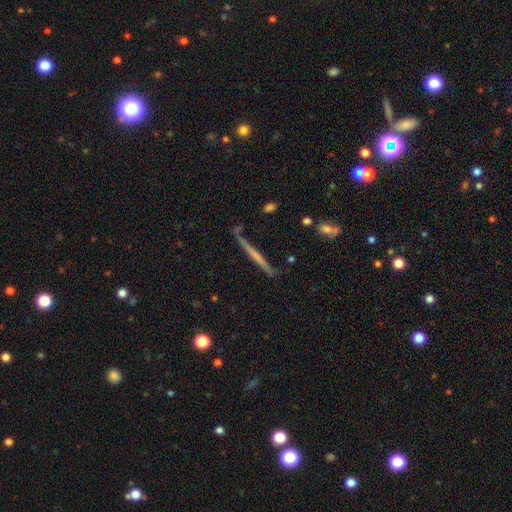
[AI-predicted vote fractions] Smooth or featured? Predicted: featured or disk (p=0.58). Edge-on disk? Predicted: yes (p=0.96). Edge-on bulge? Predicted: none (p=0.75). Merging? Predicted: none (p=0.82).